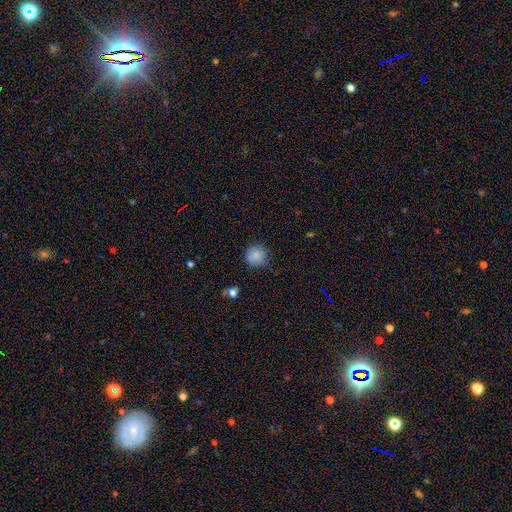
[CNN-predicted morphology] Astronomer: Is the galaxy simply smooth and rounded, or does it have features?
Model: smooth — 83%.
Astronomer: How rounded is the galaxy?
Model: round — 92%.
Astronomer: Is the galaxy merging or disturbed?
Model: none — 79%.